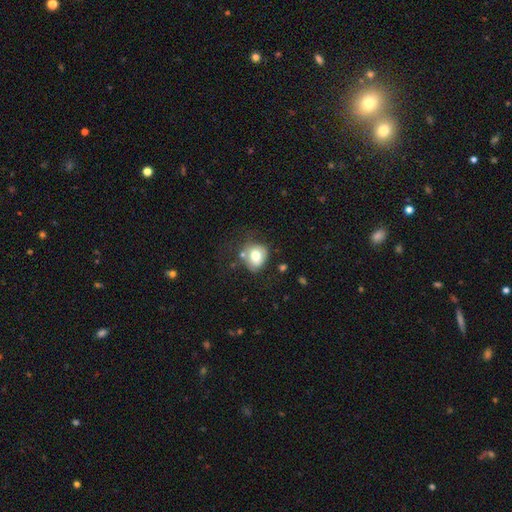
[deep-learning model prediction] Smooth or featured: smooth — 71% (featured or disk — 20%)
How rounded: round — 69% (in between — 30%)
Merging: none — 56% (minor disturbance — 23%)